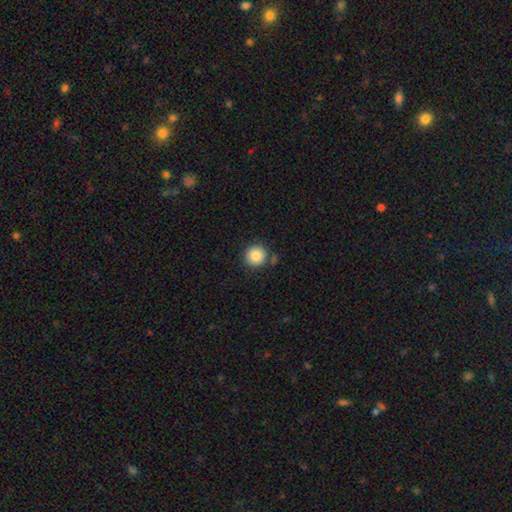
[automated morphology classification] smooth 86%, star or artifact 9%, featured or disk 5%. Down the decision tree: how rounded — round (94%); merging — none (82%).